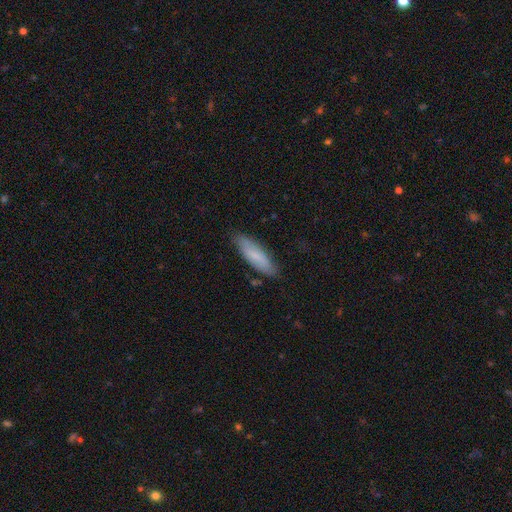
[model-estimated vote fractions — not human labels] A smooth galaxy with no disk features (71%) that is cigar-shaped (55%).

Vote fractions:
- Smooth or featured? smooth: 71% / featured or disk: 23% / star or artifact: 6%
- How rounded? cigar-shaped: 55% / in between: 43% / round: 2%
- Merging? none: 80% / minor disturbance: 15% / major disturbance: 3% / merger: 2%